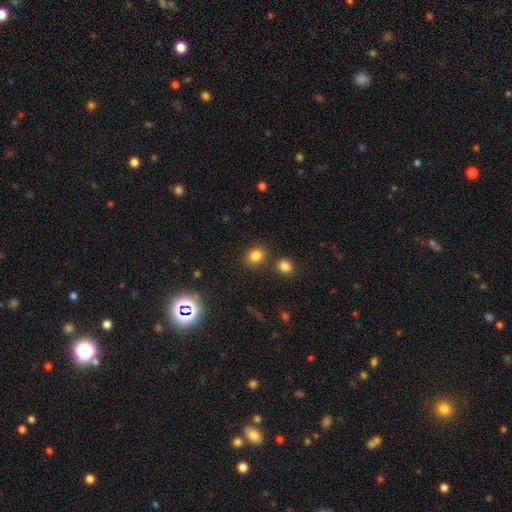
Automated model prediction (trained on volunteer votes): This appears to be a smooth galaxy with no disk features (83%) that is round (64%). Merging: none (78%).